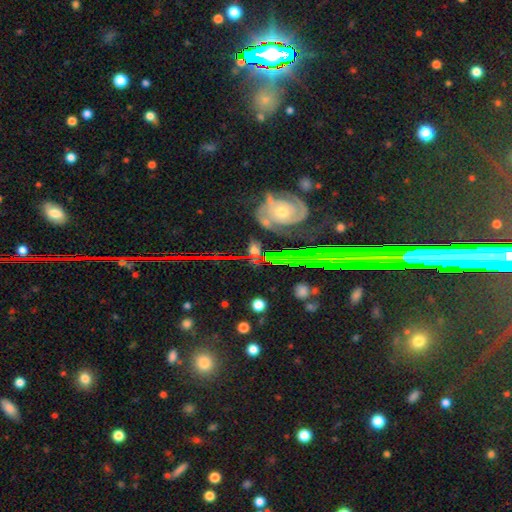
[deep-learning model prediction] Smooth or featured? featured or disk (38%)
Merging? none (70%)